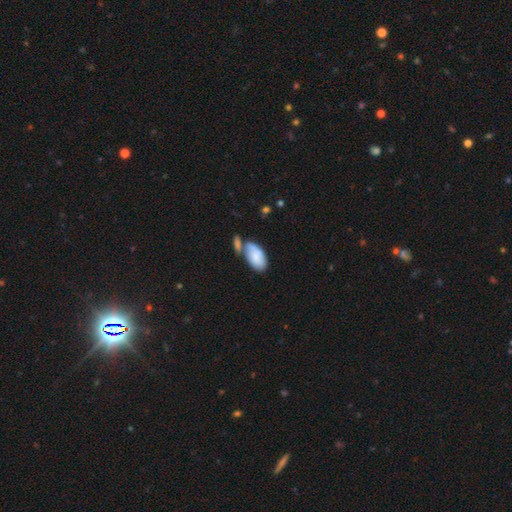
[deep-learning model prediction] Q: Smooth or featured?
A: smooth (80%); runner-up: featured or disk (14%)
Q: How rounded?
A: in between (95%); runner-up: cigar-shaped (3%)
Q: Merging?
A: merger (38%); runner-up: none (35%)